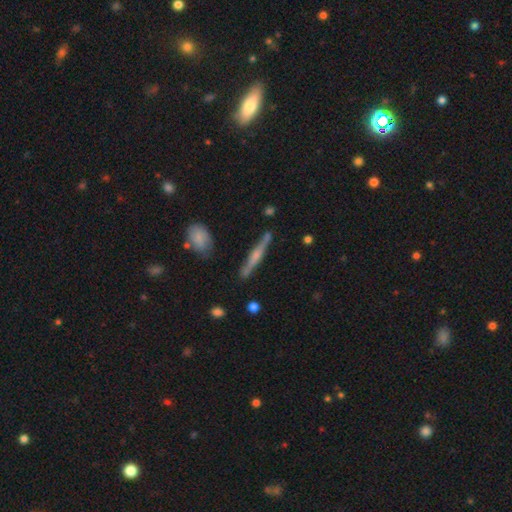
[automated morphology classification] featured or disk 65%, smooth 28%, star or artifact 7%. Down the decision tree: edge-on disk — yes (96%); edge-on bulge — rounded (72%); merging — none (84%).